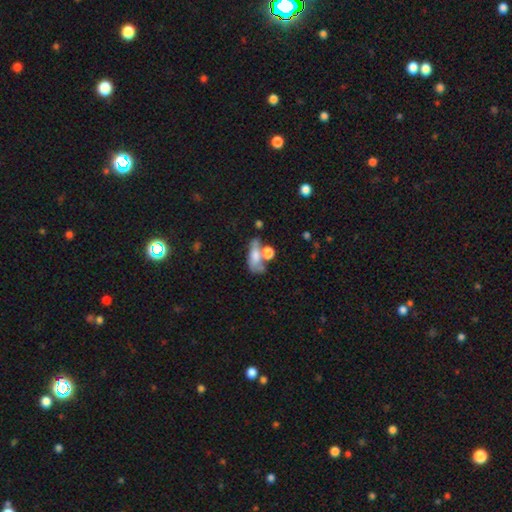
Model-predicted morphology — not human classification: smooth_or_featured: smooth (p=0.62) [alt: featured or disk p=0.27]
how_rounded: in between (p=0.76) [alt: cigar-shaped p=0.14]
merging: merger (p=0.41) [alt: none p=0.26]